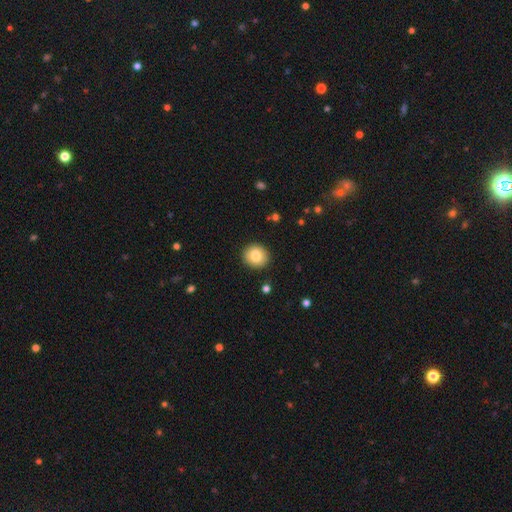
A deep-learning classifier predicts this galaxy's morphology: Smooth or featured? smooth (83%)
How rounded? round (85%)
Merging? none (91%)